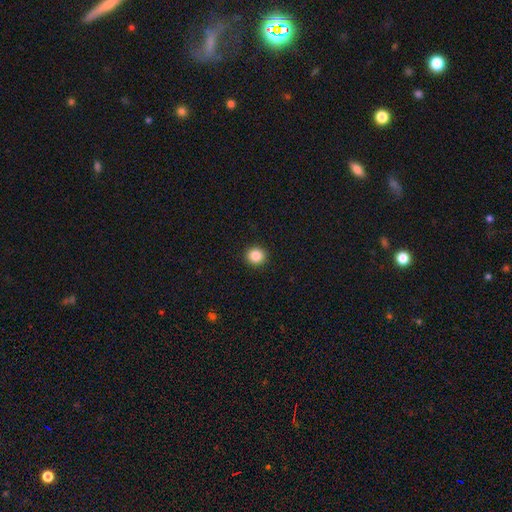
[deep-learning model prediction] The model was most divided on "smooth or featured": smooth: 87%, star or artifact: 10%, featured or disk: 4%. More confident: merging — none (92%); how rounded — round (91%).